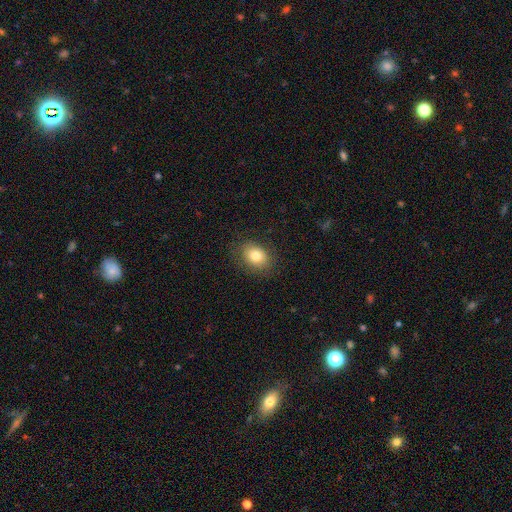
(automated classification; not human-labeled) Smooth or featured? smooth (81%)
How rounded? in between (62%)
Merging? none (84%)